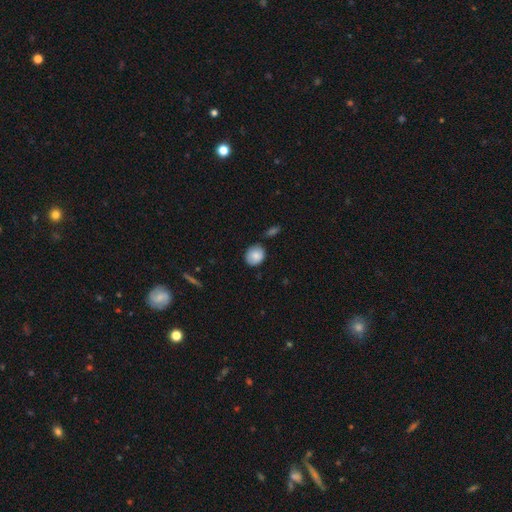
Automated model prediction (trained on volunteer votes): smooth 84%, featured or disk 8%, star or artifact 7%. Down the decision tree: how rounded — round (58%); merging — none (74%).